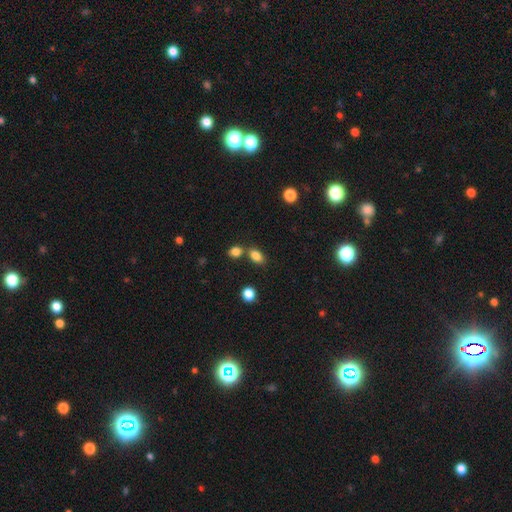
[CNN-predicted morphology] This appears to be a smooth galaxy with no disk features (83%) that is in between round and cigar-shaped (83%). Merging: none (60%).